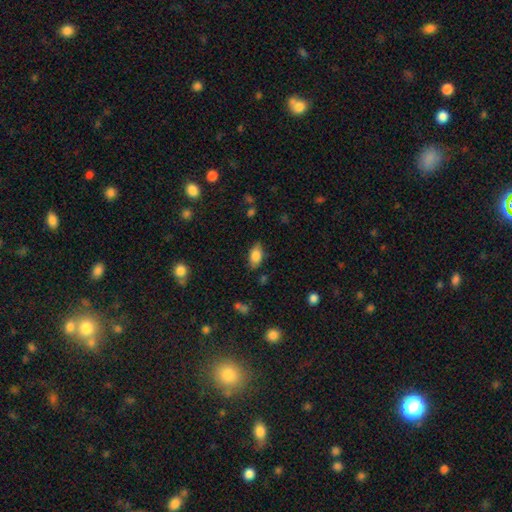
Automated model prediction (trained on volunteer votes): Q: Smooth or featured?
A: smooth (82%); runner-up: featured or disk (10%)
Q: How rounded?
A: in between (90%); runner-up: round (6%)
Q: Merging?
A: none (79%); runner-up: minor disturbance (16%)